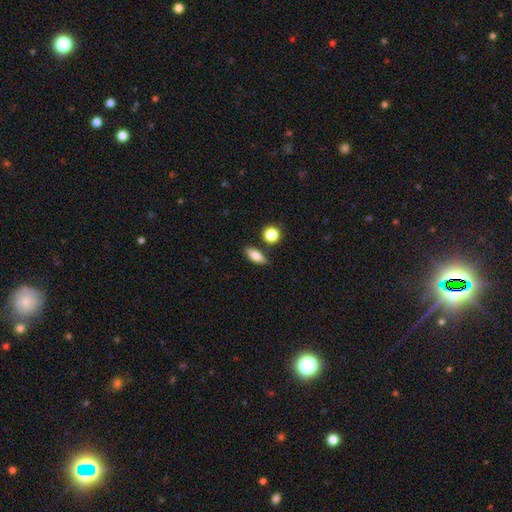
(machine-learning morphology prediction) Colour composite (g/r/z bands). It shows a smooth galaxy with no disk features (77%) that is in between round and cigar-shaped (71%). Merging: none (82%).